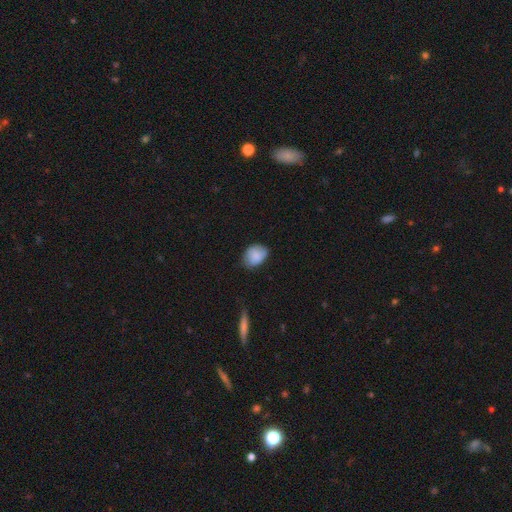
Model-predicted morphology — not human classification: A smooth galaxy with no disk features (84%) that is in between round and cigar-shaped (59%).

Vote fractions:
- Smooth or featured? smooth: 84% / featured or disk: 8% / star or artifact: 7%
- How rounded? in between: 59% / round: 40% / cigar-shaped: 1%
- Merging? none: 67% / minor disturbance: 27% / major disturbance: 5% / merger: 2%